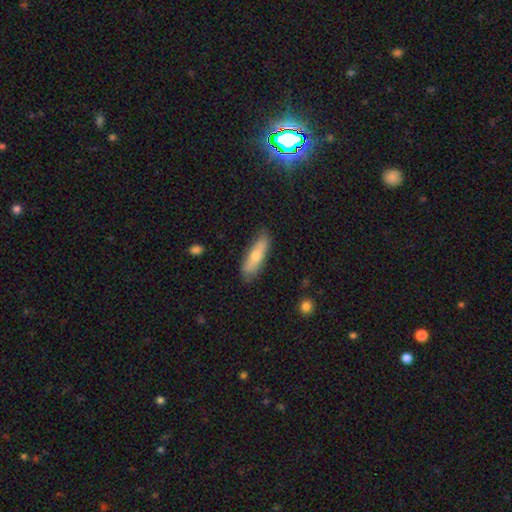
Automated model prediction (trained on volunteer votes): A smooth galaxy with no disk features (64%) that is cigar-shaped (63%). Merging: none (83%).